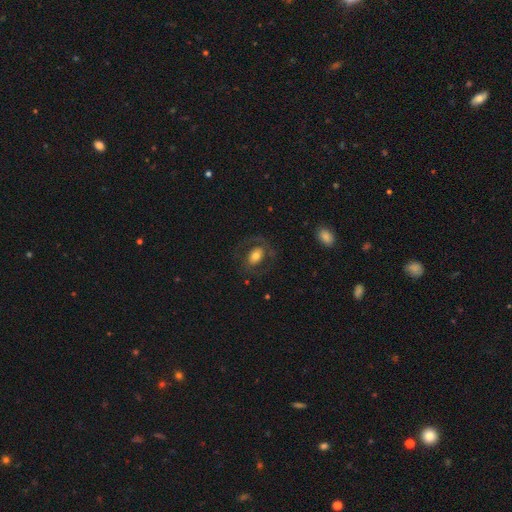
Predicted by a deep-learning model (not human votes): Smooth or featured? Predicted: smooth (p=0.56). How rounded? Predicted: in between (p=0.74). Merging? Predicted: none (p=0.69).